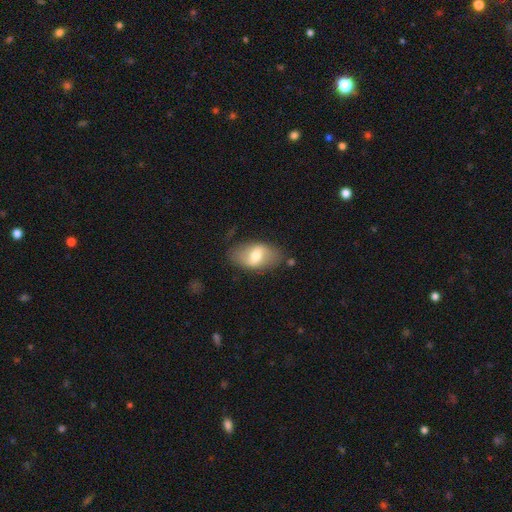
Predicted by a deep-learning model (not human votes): A smooth galaxy with no disk features (52%) that is in between round and cigar-shaped (90%). Merging: none (77%).